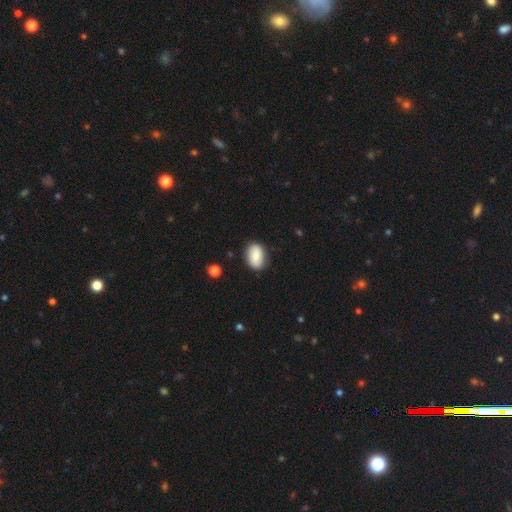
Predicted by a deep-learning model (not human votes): This appears to be a smooth galaxy with no disk features (79%) that is in between round and cigar-shaped (84%). Merging: none (83%).